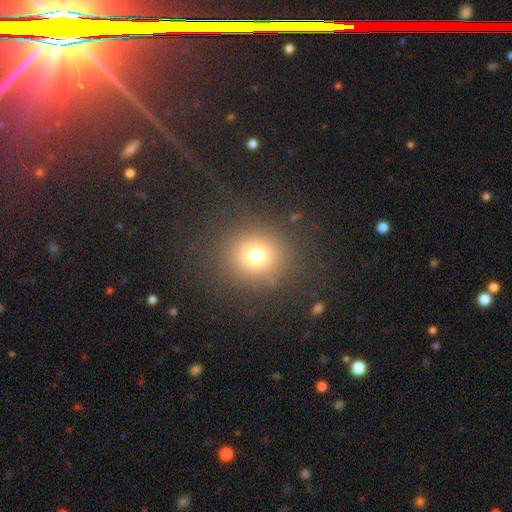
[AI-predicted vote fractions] The model was most divided on "smooth or featured": smooth: 72%, star or artifact: 18%, featured or disk: 10%. More confident: how rounded — round (89%); merging — none (85%).